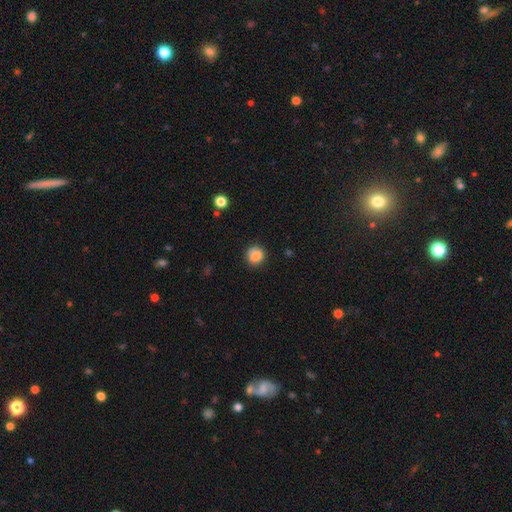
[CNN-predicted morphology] Smooth or featured: smooth — 82% (star or artifact — 10%)
How rounded: round — 79% (in between — 20%)
Merging: none — 75% (minor disturbance — 18%)